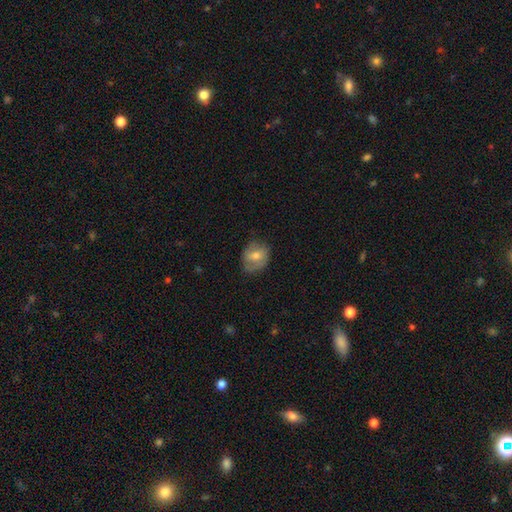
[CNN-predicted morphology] Overall: smooth (53%; featured or disk 38%). How rounded: round (56%; in between 43%). Merging: none (67%).